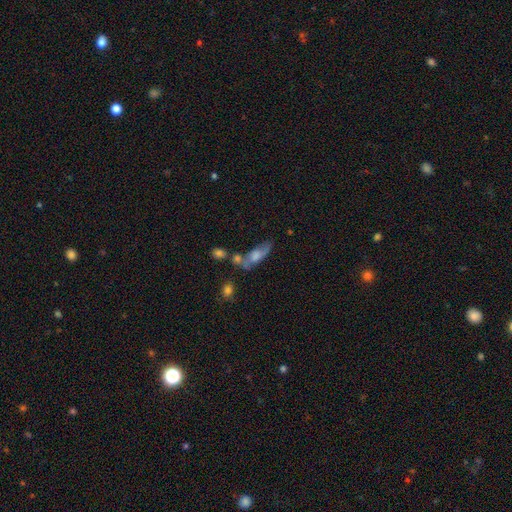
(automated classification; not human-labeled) smooth-or-featured: smooth: 56% | featured or disk: 34% | star or artifact: 9%
  how-rounded: in between: 64% | cigar-shaped: 30% | round: 5%
  merging: none: 39% | merger: 25% | minor disturbance: 22% | major disturbance: 14%